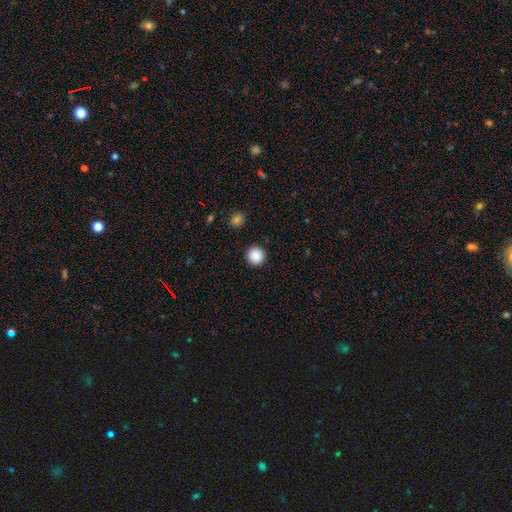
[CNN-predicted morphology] Smooth or featured? smooth (88%)
How rounded? round (96%)
Merging? none (92%)